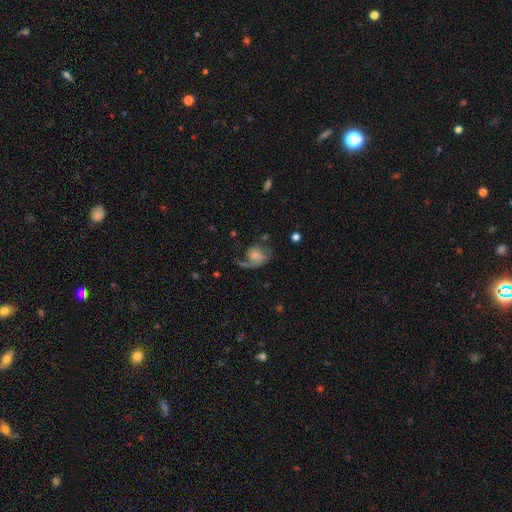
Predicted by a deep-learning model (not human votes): A featured or disk galaxy (58%) with no bar (72%), spiral arms (83%) and a small central bulge (50%).

Vote fractions:
- Smooth or featured? featured or disk: 58% / smooth: 34% / star or artifact: 8%
- Edge-on disk? no: 97% / yes: 3%
- Bar? no: 72% / weak: 24% / strong: 4%
- Spiral arms? yes: 83% / no: 17%
- Bulge size? small: 50% / moderate: 26% / none: 16% / large: 6% / dominant: 2%
- Merging? major disturbance: 39% / none: 35% / minor disturbance: 21% / merger: 5%